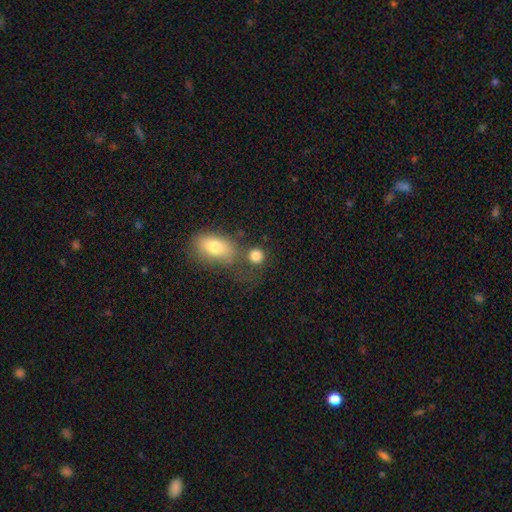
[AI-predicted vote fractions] smooth_or_featured: smooth (p=0.83) [alt: star or artifact p=0.10]
how_rounded: round (p=0.81) [alt: in between p=0.17]
merging: none (p=0.62) [alt: merger p=0.19]